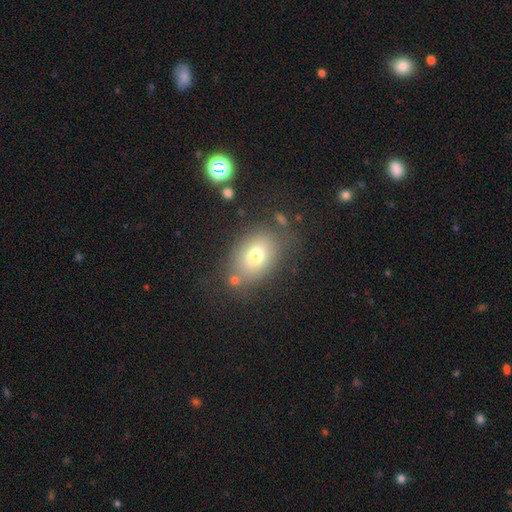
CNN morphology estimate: smooth 72%, featured or disk 16%, star or artifact 12%. Down the decision tree: how rounded — in between (74%); merging — none (70%).